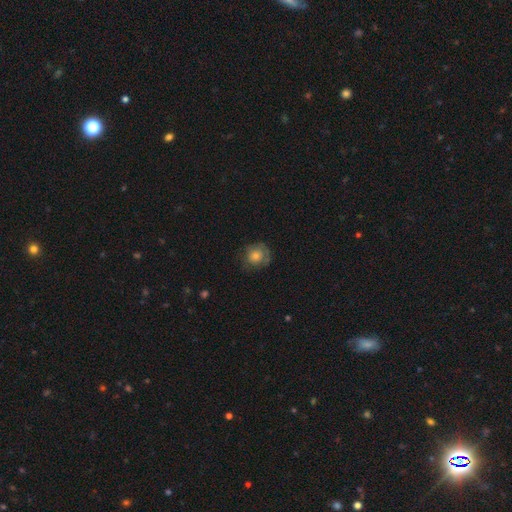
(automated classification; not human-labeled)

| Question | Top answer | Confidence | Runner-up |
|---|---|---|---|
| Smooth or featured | smooth | 67% | featured or disk (22%) |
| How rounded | round | 83% | in between (16%) |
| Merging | none | 70% | minor disturbance (21%) |